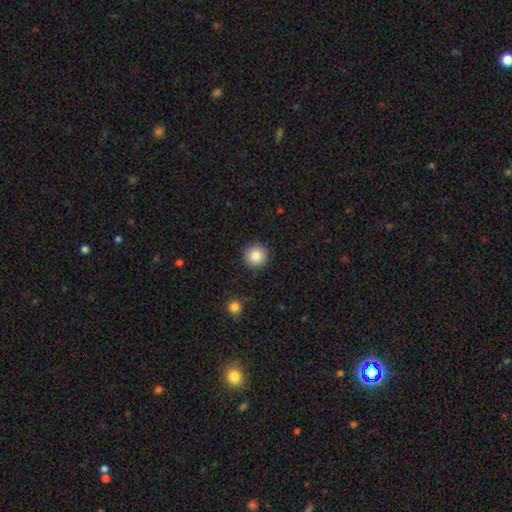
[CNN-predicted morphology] A smooth galaxy with no disk features (87%) that is round (95%).

Vote fractions:
- Smooth or featured? smooth: 87% / star or artifact: 9% / featured or disk: 5%
- How rounded? round: 95% / in between: 4% / cigar-shaped: 1%
- Merging? none: 91% / minor disturbance: 6% / major disturbance: 2% / merger: 1%